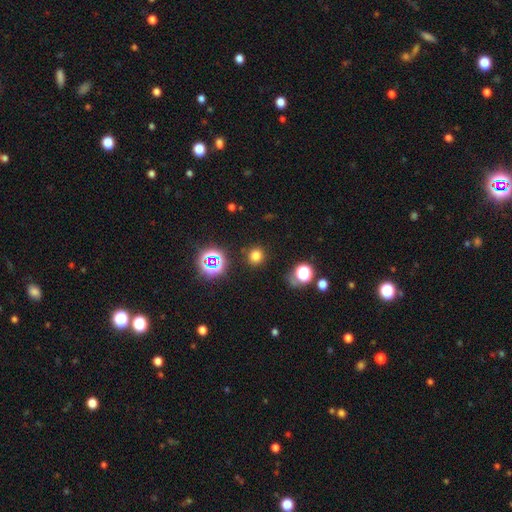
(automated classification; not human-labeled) A smooth galaxy with no disk features (72%) that is round (89%).

Vote fractions:
- Smooth or featured? smooth: 72% / star or artifact: 22% / featured or disk: 6%
- How rounded? round: 89% / in between: 10% / cigar-shaped: 1%
- Merging? none: 87% / minor disturbance: 7% / major disturbance: 3% / merger: 2%